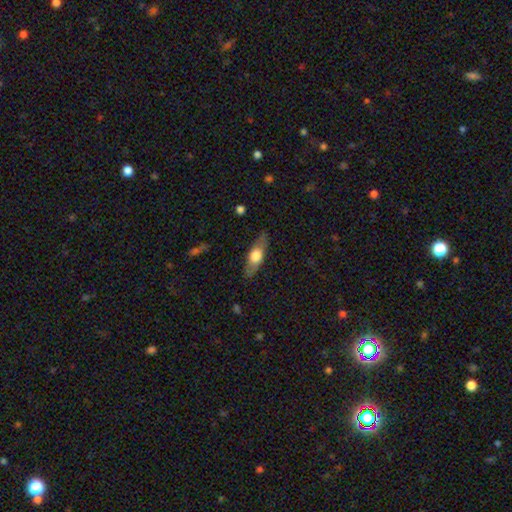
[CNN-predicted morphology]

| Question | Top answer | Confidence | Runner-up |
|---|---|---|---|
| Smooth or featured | smooth | 49% | featured or disk (46%) |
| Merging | none | 82% | minor disturbance (13%) |